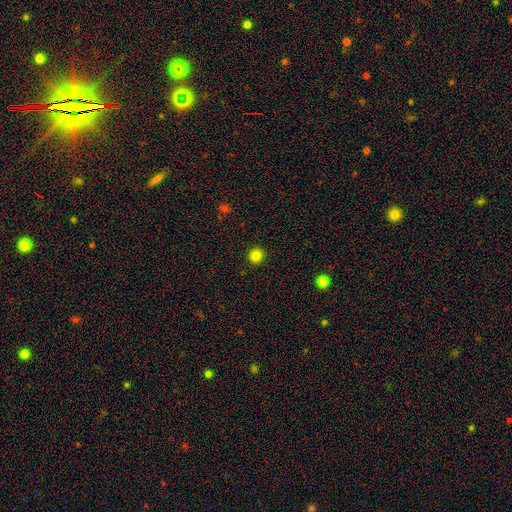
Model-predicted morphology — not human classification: Overall: smooth (83%). How rounded: round (94%). Merging: none (93%).